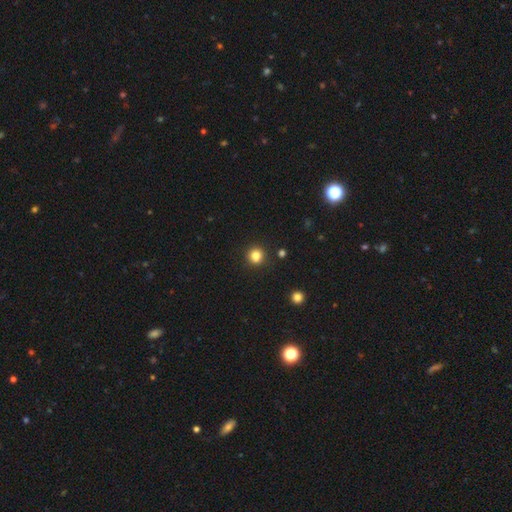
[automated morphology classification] smooth-or-featured: smooth: 83% | star or artifact: 13% | featured or disk: 5%
  how-rounded: round: 91% | in between: 8% | cigar-shaped: 1%
  merging: none: 88% | minor disturbance: 7% | merger: 2% | major disturbance: 2%